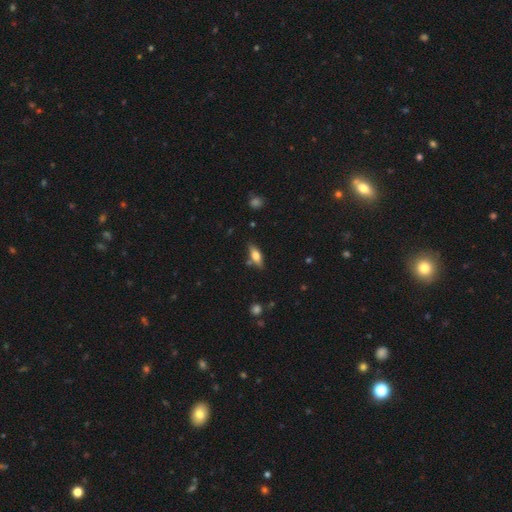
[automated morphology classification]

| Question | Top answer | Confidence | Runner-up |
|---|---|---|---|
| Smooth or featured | smooth | 61% | featured or disk (32%) |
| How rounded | in between | 67% | cigar-shaped (30%) |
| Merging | none | 77% | minor disturbance (14%) |